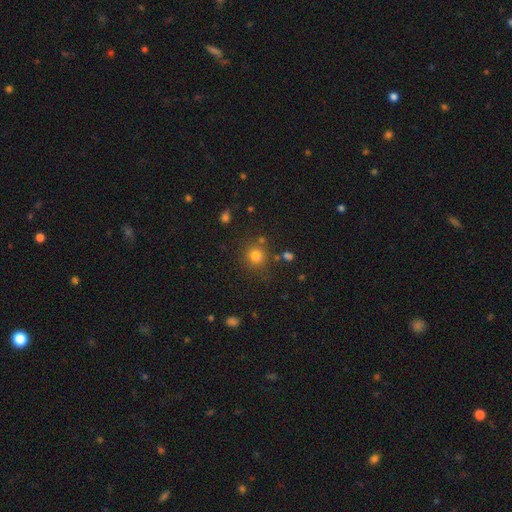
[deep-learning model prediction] This is likely a smooth galaxy (77%). How rounded: clearly round (86%). Merging: likely none (74%).